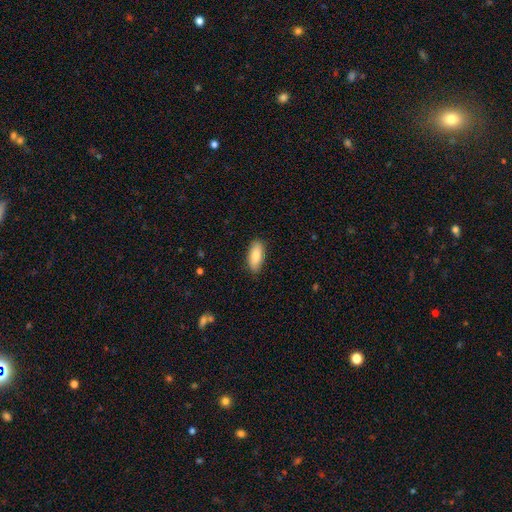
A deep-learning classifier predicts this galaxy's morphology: This appears to be a smooth galaxy with no disk features (84%) that is in between round and cigar-shaped (79%). Merging: none (87%).